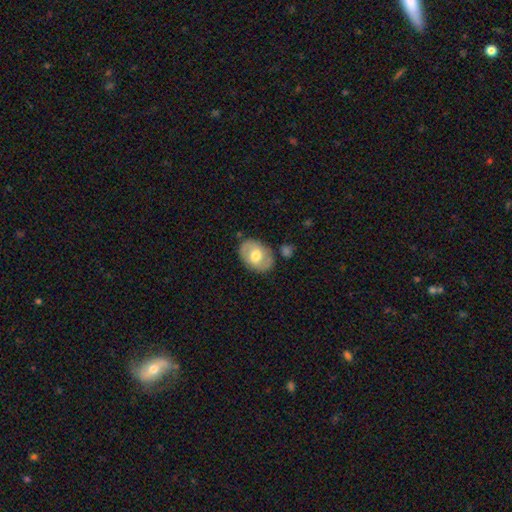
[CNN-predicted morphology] Q: Smooth or featured?
A: smooth (53%); runner-up: featured or disk (41%)
Q: How rounded?
A: in between (74%); runner-up: round (25%)
Q: Merging?
A: none (77%); runner-up: minor disturbance (15%)